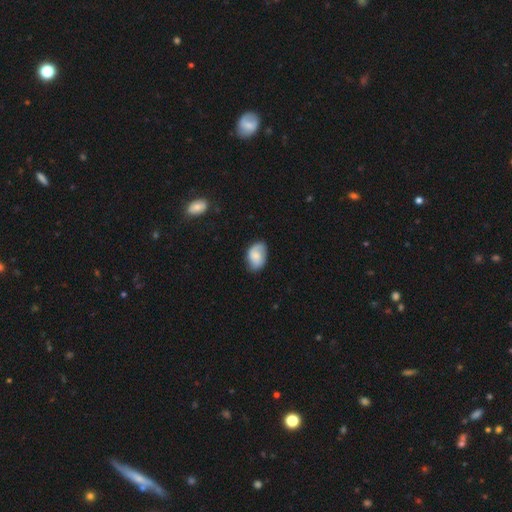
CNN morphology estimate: This is possibly a smooth galaxy (57%). How rounded: clearly in between (82%). Merging: likely none (70%).